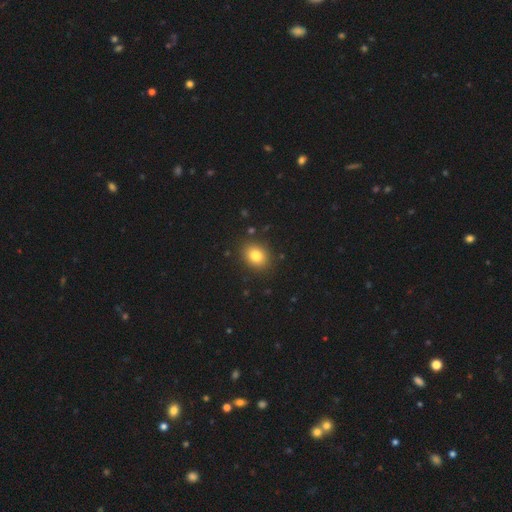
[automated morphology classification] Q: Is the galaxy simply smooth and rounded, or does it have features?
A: smooth — 81%.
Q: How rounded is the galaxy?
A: round — 51%.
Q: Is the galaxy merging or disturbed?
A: none — 88%.